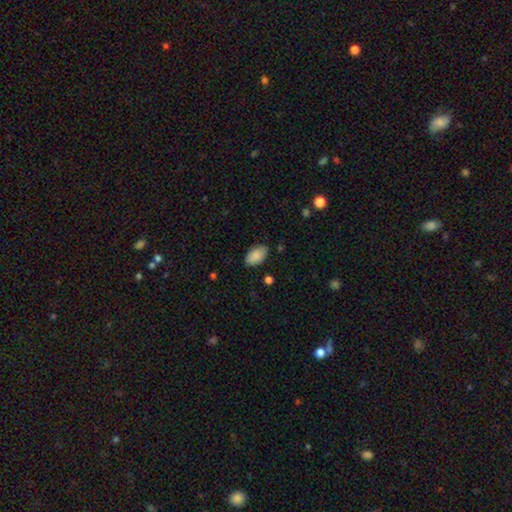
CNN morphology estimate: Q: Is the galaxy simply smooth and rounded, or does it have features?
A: smooth — 86%.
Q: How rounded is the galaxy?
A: in between — 94%.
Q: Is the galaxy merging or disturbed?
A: none — 79%.